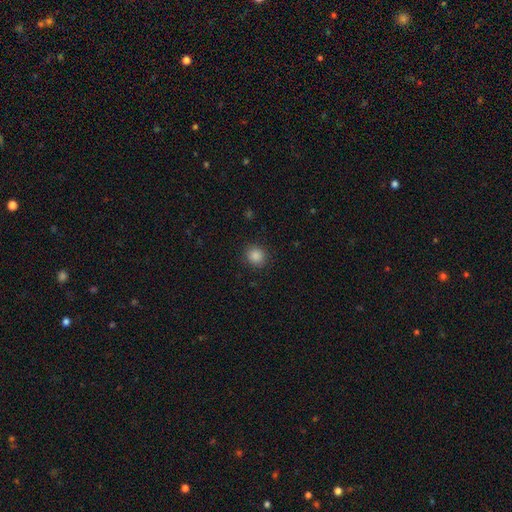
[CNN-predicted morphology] This is clearly a smooth galaxy (86%). How rounded: clearly round (86%). Merging: clearly none (90%).